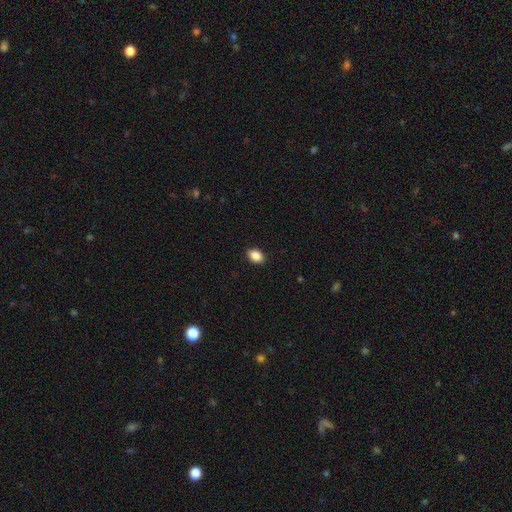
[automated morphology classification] Overall: smooth (88%). How rounded: in between (77%). Merging: none (89%).